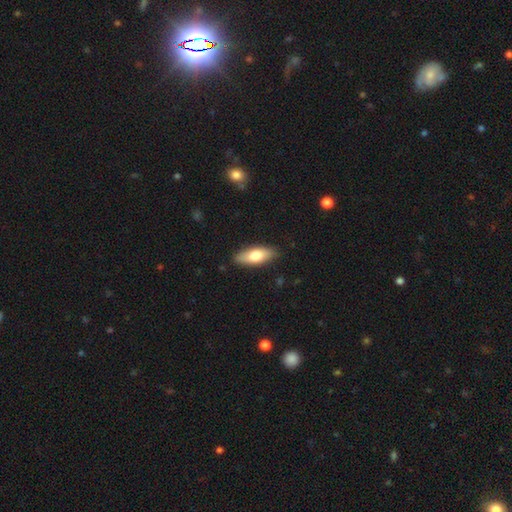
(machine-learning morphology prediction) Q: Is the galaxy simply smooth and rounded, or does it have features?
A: smooth — 72%.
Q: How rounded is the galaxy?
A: in between — 70%.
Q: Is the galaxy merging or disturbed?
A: none — 88%.